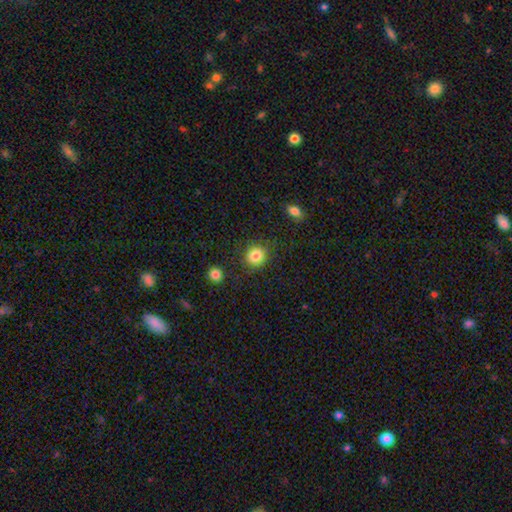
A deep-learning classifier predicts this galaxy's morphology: This is clearly a smooth galaxy (84%). How rounded: clearly round (89%). Merging: clearly none (86%).